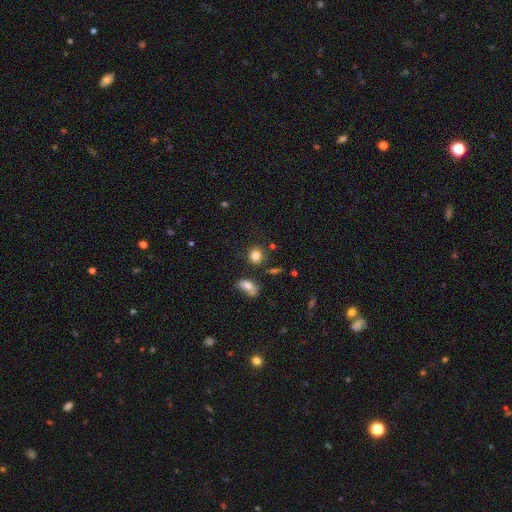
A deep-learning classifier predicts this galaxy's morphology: This appears to be a smooth galaxy with no disk features (83%) that is round (78%). Merging: none (77%).